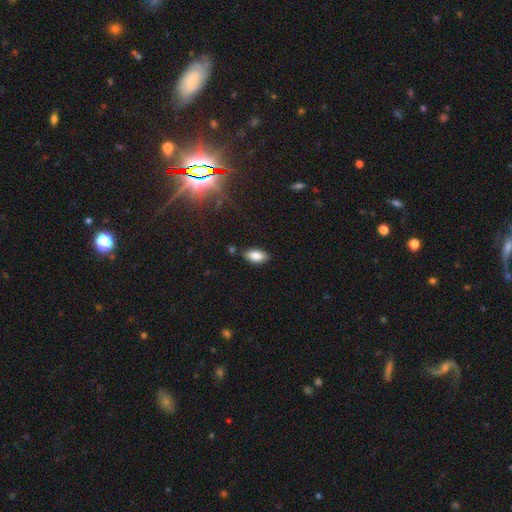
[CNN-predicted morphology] Smooth or featured? Predicted: smooth (p=0.84). How rounded? Predicted: in between (p=0.90). Merging? Predicted: none (p=0.84).